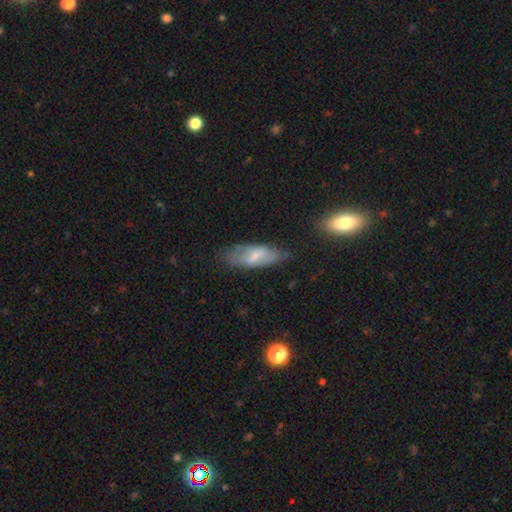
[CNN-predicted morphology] type=smooth (56%); roundness=in between (71%); merging=none (68%).